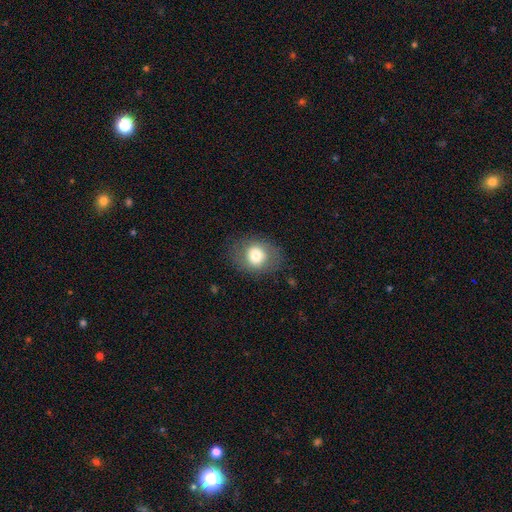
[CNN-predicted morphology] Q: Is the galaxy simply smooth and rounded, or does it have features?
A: smooth — 74%.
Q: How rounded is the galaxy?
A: round — 52%.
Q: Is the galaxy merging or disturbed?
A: none — 79%.